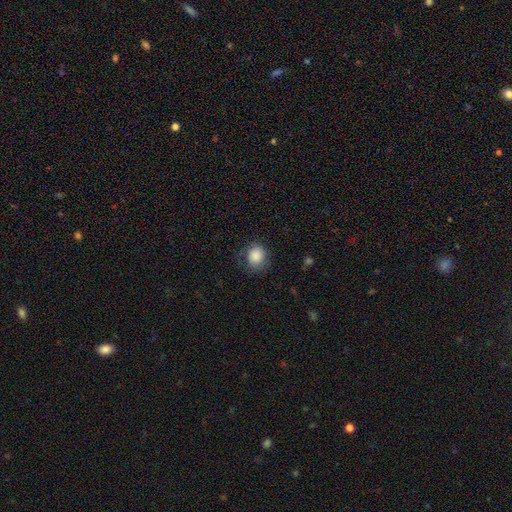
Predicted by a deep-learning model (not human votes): smooth_or_featured: smooth (p=0.84) [alt: star or artifact p=0.08]
how_rounded: round (p=0.78) [alt: in between p=0.21]
merging: none (p=0.64) [alt: minor disturbance p=0.23]